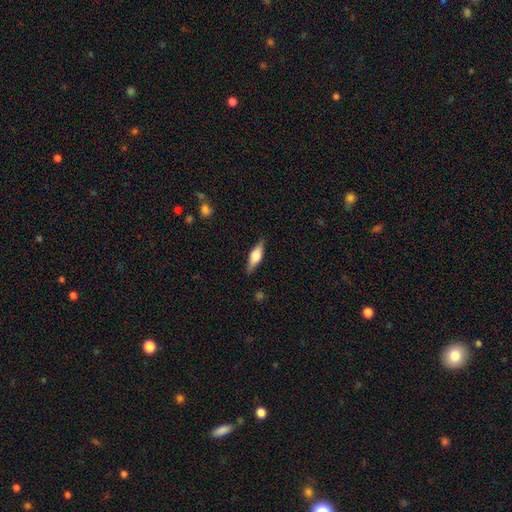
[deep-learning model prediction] Smooth or featured: featured or disk — 56% (smooth — 37%)
Edge-on disk: yes — 95% (no — 5%)
Edge-on bulge: rounded — 87% (boxy — 11%)
Merging: none — 86% (minor disturbance — 10%)